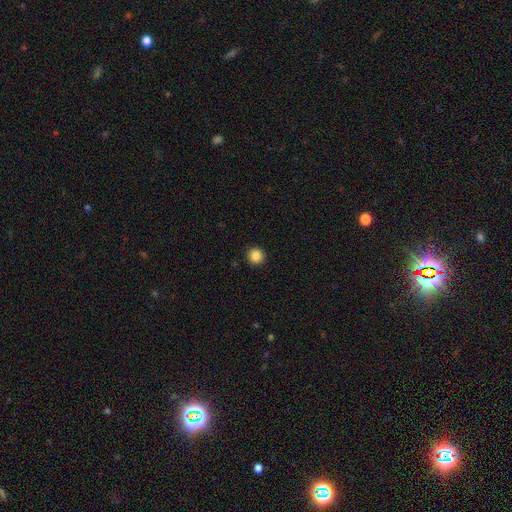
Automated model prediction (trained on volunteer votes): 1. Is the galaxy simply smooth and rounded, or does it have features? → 86% smooth, 10% star or artifact, 4% featured or disk.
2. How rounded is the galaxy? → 92% round, 7% in between, 1% cigar-shaped.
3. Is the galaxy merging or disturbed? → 92% none, 5% minor disturbance, 2% major disturbance, 1% merger.